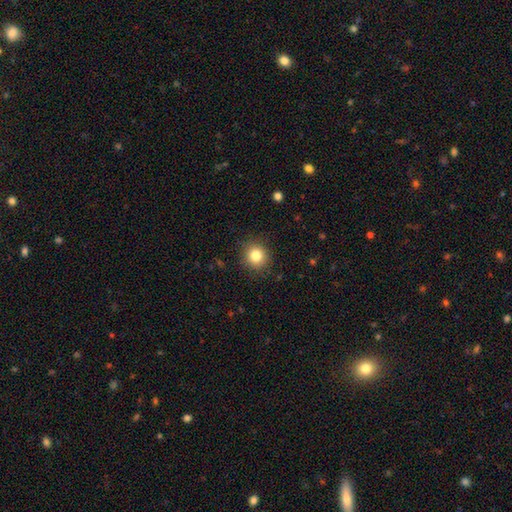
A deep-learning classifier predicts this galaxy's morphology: Smooth or featured? Predicted: smooth (p=0.83). How rounded? Predicted: round (p=0.89). Merging? Predicted: none (p=0.89).